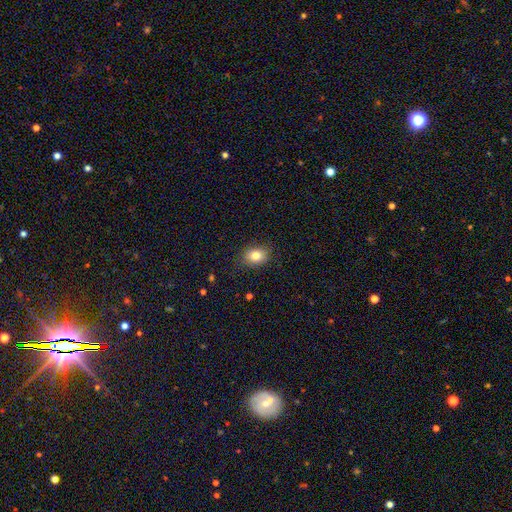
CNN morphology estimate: This is clearly a smooth galaxy (82%). How rounded: possibly in between (59%). Merging: clearly none (86%).